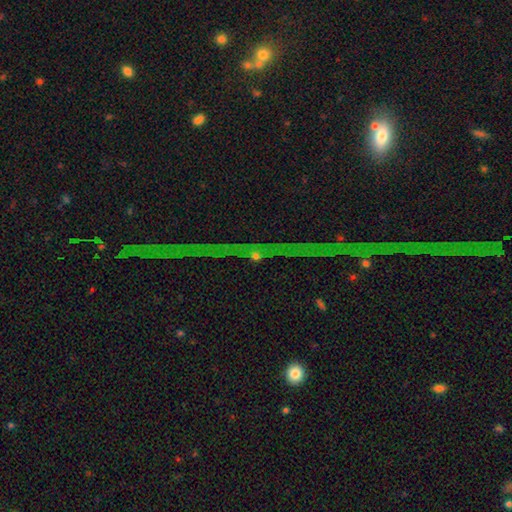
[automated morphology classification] Smooth or featured?
  - star or artifact: 53% *
  - featured or disk: 30%
  - smooth: 17%